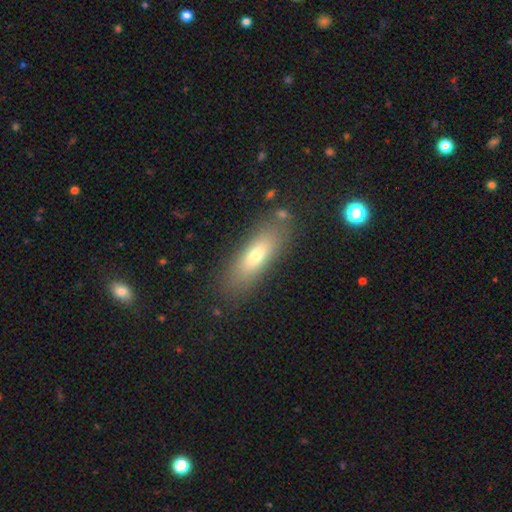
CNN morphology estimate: Smooth or featured: smooth — 68% (featured or disk — 23%)
How rounded: in between — 54% (cigar-shaped — 43%)
Merging: none — 83% (minor disturbance — 11%)